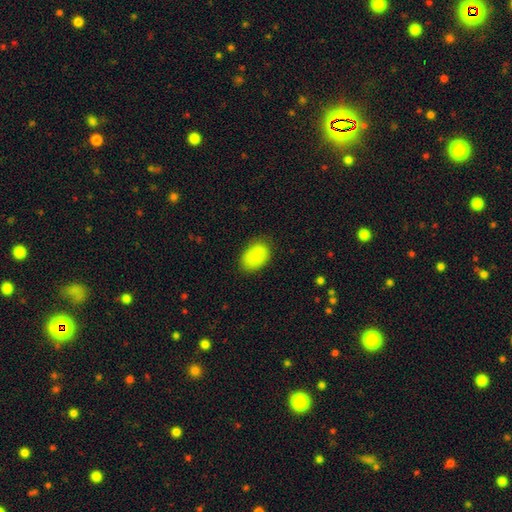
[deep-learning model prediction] Smooth or featured: smooth — 88% (star or artifact — 8%)
How rounded: in between — 88% (round — 11%)
Merging: none — 80% (minor disturbance — 15%)